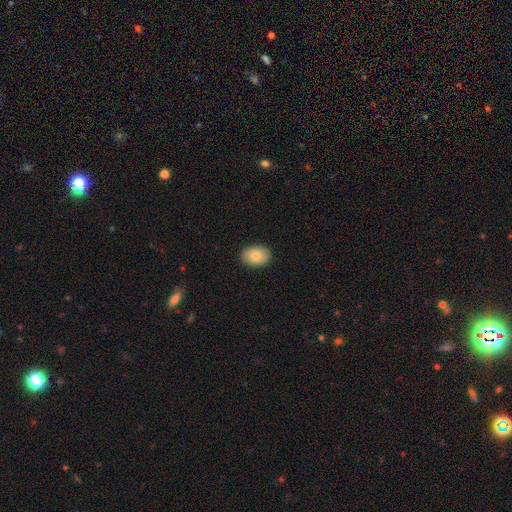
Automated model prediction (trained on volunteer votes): smooth 81%, featured or disk 12%, star or artifact 7%. Down the decision tree: how rounded — in between (76%); merging — none (89%).